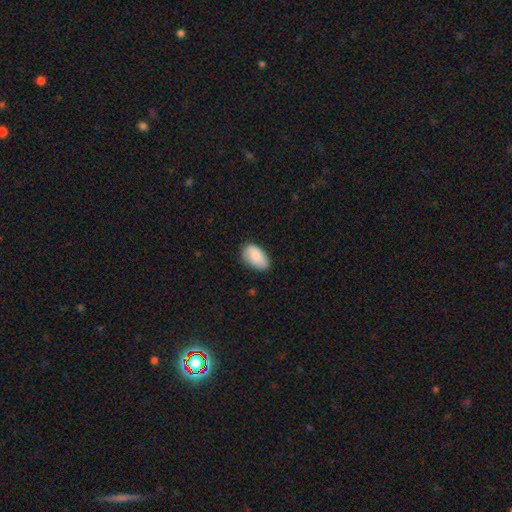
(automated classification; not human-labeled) The model was most divided on "merging": none: 76%, minor disturbance: 19%, major disturbance: 3%, merger: 1%. More confident: how rounded — in between (94%); smooth or featured — smooth (86%).